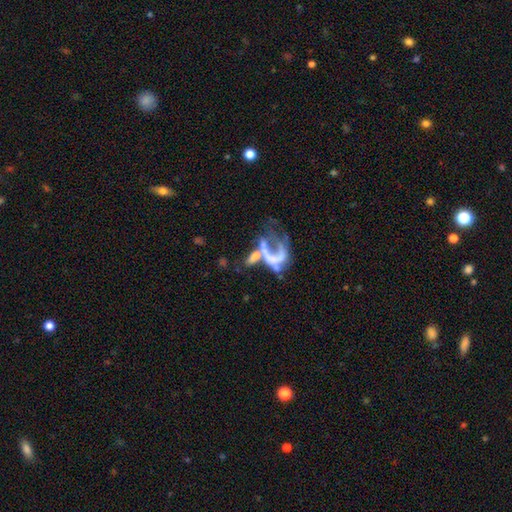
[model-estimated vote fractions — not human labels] This is possibly a featured or disk galaxy (60%). It is clearly not viewed edge-on (95%). Bar: likely no (78%). Spiral arm pattern: likely no (76%). Central bulge: likely none (67%). Merging: marginally merger (40%).